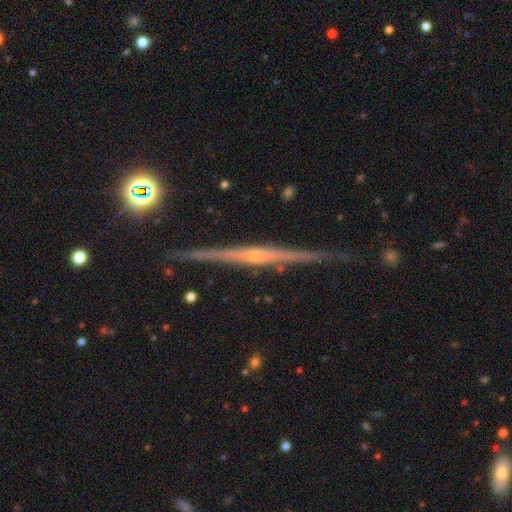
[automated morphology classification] type=featured or disk (87%); edge-on=yes (98%); edge-on bulge=rounded (80%); merging=none (89%).